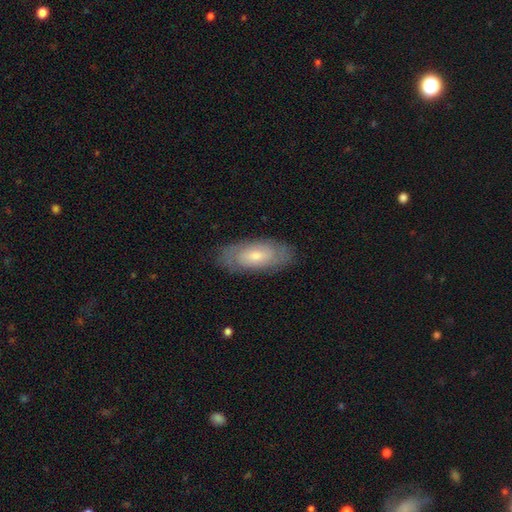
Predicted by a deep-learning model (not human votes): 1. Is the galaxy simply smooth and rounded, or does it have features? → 51% featured or disk, 42% smooth, 7% star or artifact.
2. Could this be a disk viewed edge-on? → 85% no, 15% yes.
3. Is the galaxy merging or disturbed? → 82% none, 13% minor disturbance, 3% major disturbance, 1% merger.